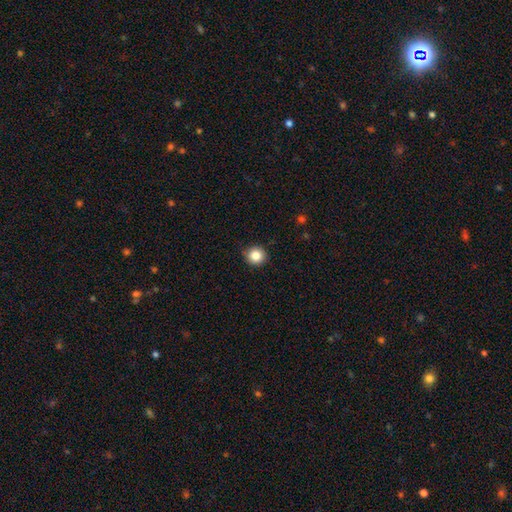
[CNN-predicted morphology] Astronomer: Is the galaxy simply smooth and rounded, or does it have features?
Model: smooth — 84%.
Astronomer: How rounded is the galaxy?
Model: round — 94%.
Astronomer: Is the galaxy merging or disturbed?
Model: none — 87%.